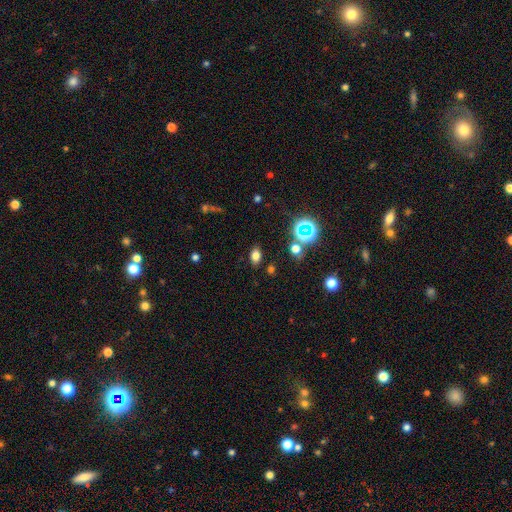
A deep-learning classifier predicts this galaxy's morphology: Overall: smooth (72%). How rounded: in between (82%). Merging: none (84%).